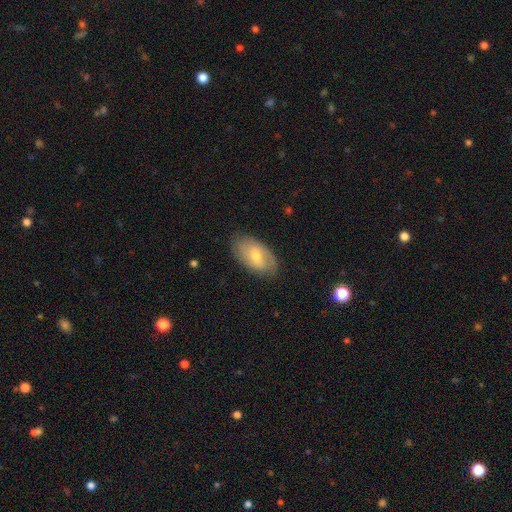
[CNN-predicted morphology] smooth_or_featured: smooth (p=0.52) [alt: featured or disk p=0.42]
how_rounded: in between (p=0.93) [alt: round p=0.05]
merging: none (p=0.79) [alt: minor disturbance p=0.16]